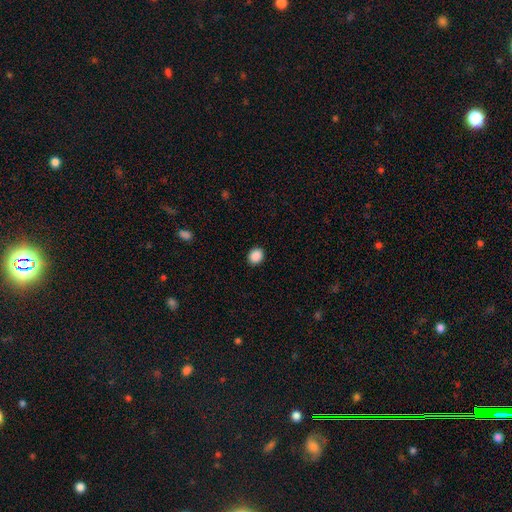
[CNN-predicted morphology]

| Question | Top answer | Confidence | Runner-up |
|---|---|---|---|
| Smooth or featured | smooth | 89% | star or artifact (9%) |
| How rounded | round | 66% | in between (33%) |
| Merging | none | 90% | minor disturbance (7%) |